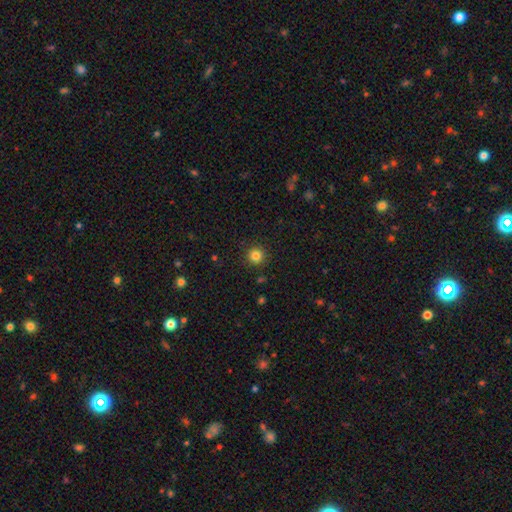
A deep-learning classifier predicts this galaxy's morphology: Q: Smooth or featured?
A: smooth (83%); runner-up: star or artifact (12%)
Q: How rounded?
A: round (95%); runner-up: in between (4%)
Q: Merging?
A: none (91%); runner-up: minor disturbance (6%)